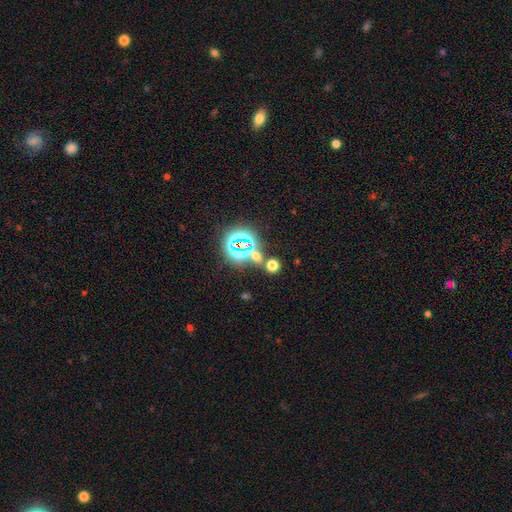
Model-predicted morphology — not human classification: Overall: star or artifact (53%; smooth 40%).